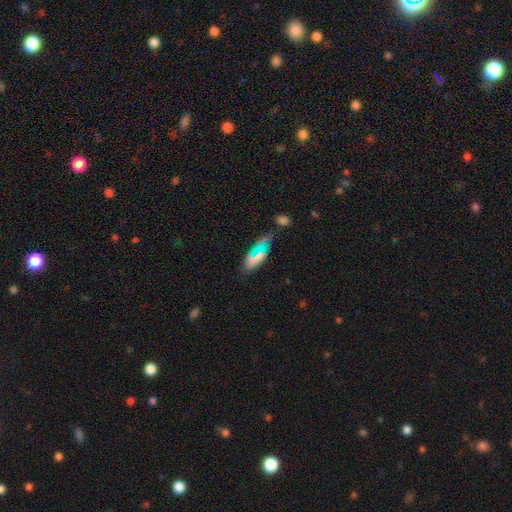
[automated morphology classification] smooth-or-featured: smooth: 63% | featured or disk: 21% | star or artifact: 16%
  how-rounded: in between: 75% | cigar-shaped: 21% | round: 4%
  merging: none: 69% | minor disturbance: 20% | major disturbance: 6% | merger: 5%